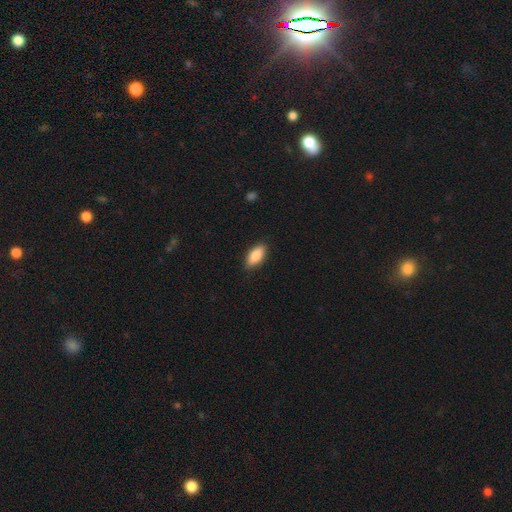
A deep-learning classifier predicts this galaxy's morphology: This is clearly a smooth galaxy (81%). How rounded: clearly in between (84%). Merging: clearly none (88%).